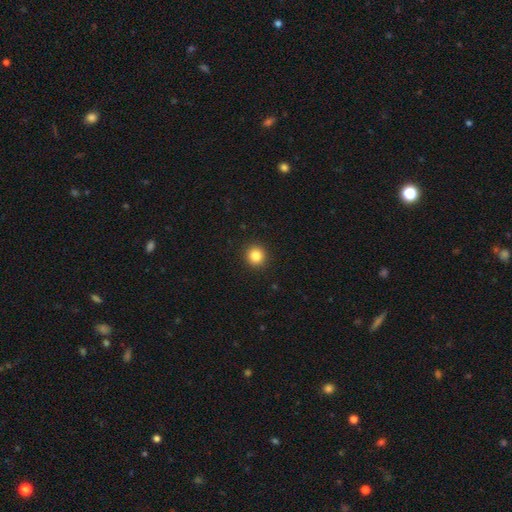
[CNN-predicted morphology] Q: Smooth or featured?
A: smooth (85%); runner-up: star or artifact (11%)
Q: How rounded?
A: round (93%); runner-up: in between (6%)
Q: Merging?
A: none (93%); runner-up: minor disturbance (5%)